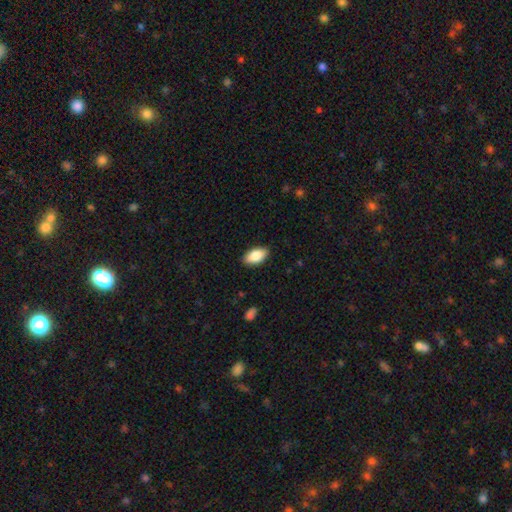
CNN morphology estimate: This is clearly a smooth galaxy (85%). How rounded: clearly in between (94%). Merging: clearly none (88%).